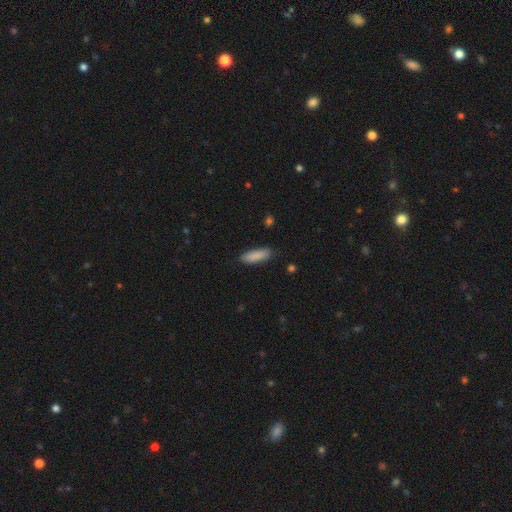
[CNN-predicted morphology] smooth 88%, star or artifact 6%, featured or disk 6%. Down the decision tree: how rounded — in between (55%); merging — none (84%).